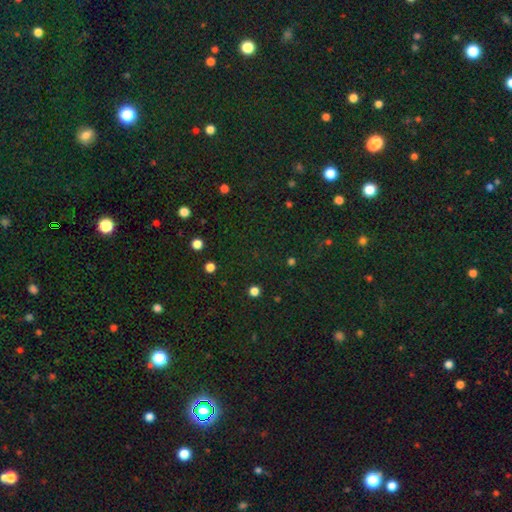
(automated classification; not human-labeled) Morphology: type=star or artifact (73%).